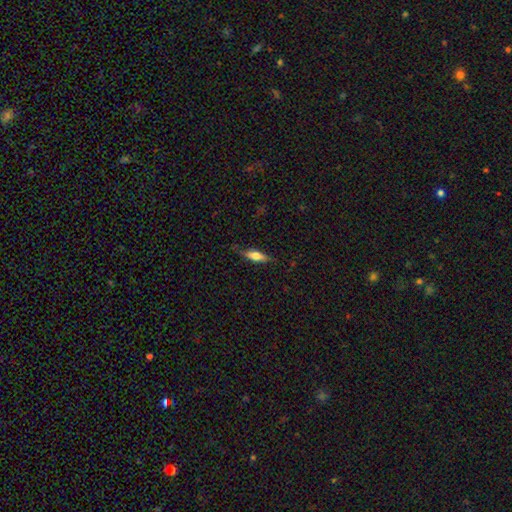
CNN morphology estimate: Smooth or featured? smooth (64%)
How rounded? in between (51%)
Merging? none (77%)